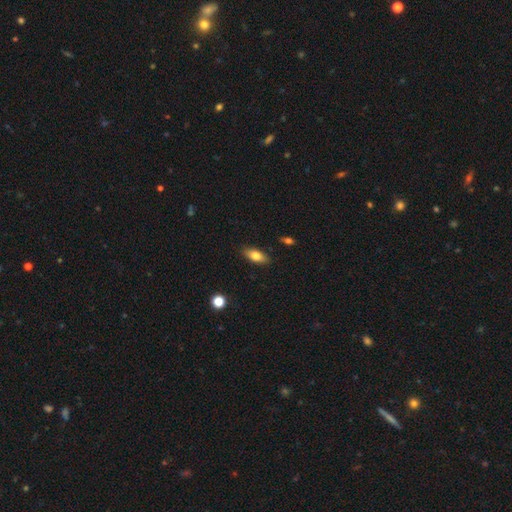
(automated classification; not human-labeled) Smooth or featured? Predicted: smooth (p=0.78). How rounded? Predicted: in between (p=0.83). Merging? Predicted: none (p=0.87).